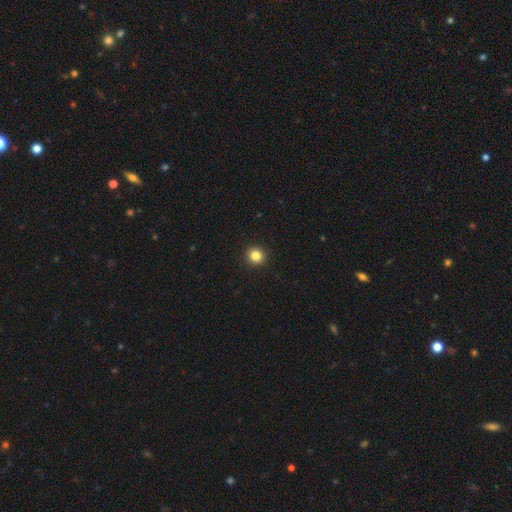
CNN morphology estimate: This is clearly a smooth galaxy (84%). How rounded: clearly round (92%). Merging: clearly none (93%).